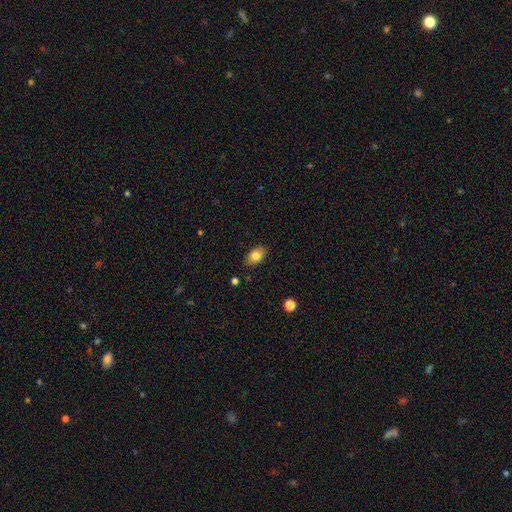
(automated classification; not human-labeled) The model was most divided on "smooth or featured": smooth: 81%, featured or disk: 10%, star or artifact: 8%. More confident: merging — none (86%); how rounded — in between (85%).